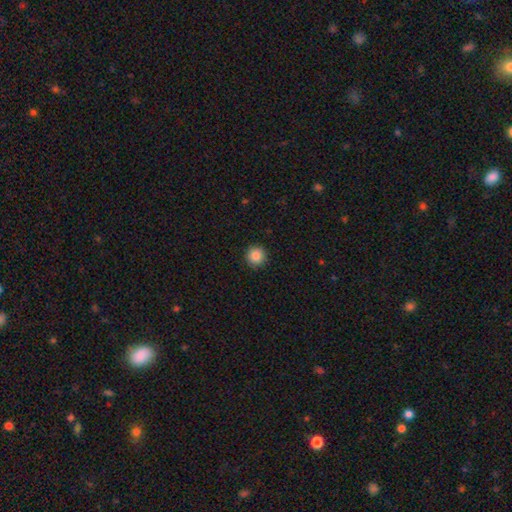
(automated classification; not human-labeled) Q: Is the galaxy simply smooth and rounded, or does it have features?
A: smooth — 87%.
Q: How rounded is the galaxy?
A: round — 95%.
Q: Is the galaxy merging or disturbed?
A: none — 92%.